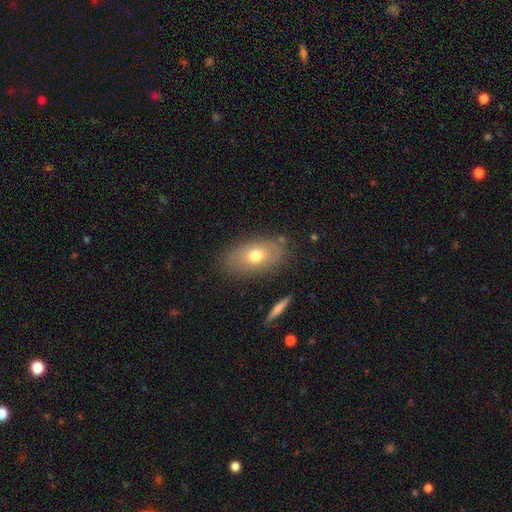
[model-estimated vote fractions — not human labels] Smooth or featured: smooth — 62% (featured or disk — 30%)
How rounded: in between — 90% (round — 7%)
Merging: none — 79% (minor disturbance — 14%)